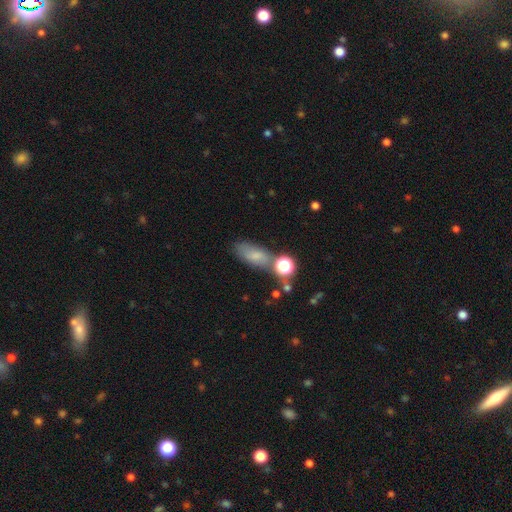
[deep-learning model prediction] A smooth galaxy with no disk features (70%) that is in between round and cigar-shaped (78%).

Vote fractions:
- Smooth or featured? smooth: 70% / star or artifact: 15% / featured or disk: 15%
- How rounded? in between: 78% / cigar-shaped: 13% / round: 9%
- Merging? none: 56% / minor disturbance: 21% / merger: 13% / major disturbance: 9%